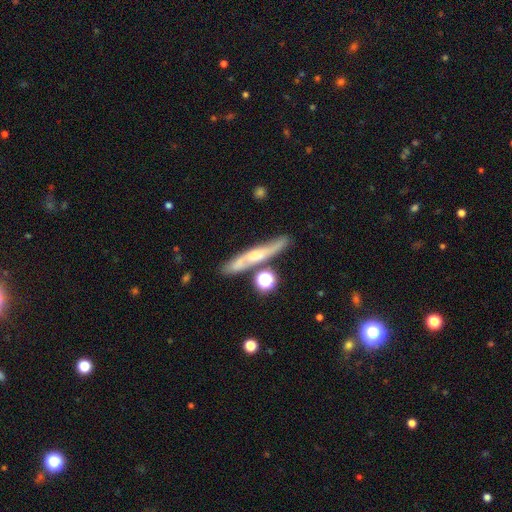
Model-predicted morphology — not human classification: A featured or disk galaxy (56%) viewed edge-on (66%). Merging: none (65%).